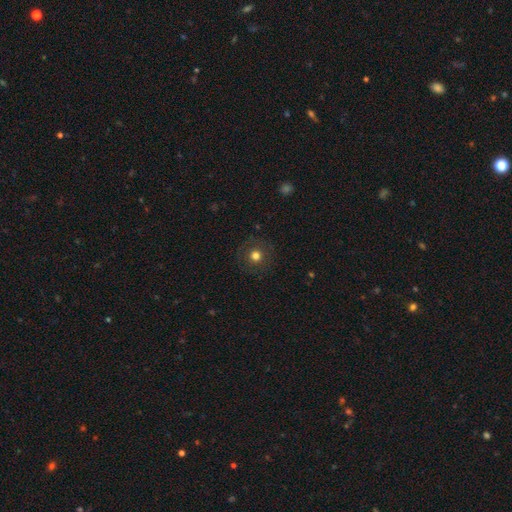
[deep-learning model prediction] This is likely a smooth galaxy (73%). How rounded: clearly round (94%). Merging: clearly none (88%).